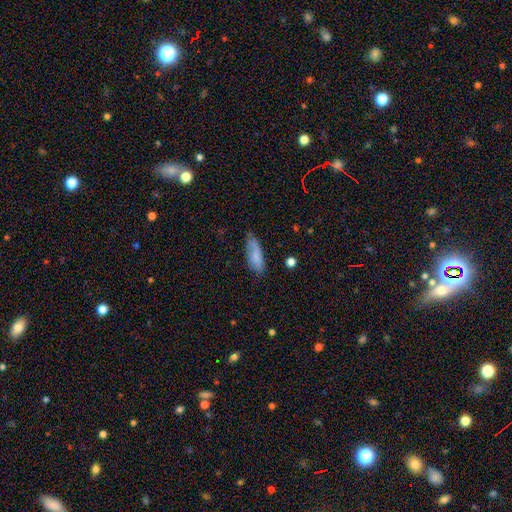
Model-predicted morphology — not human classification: Smooth or featured: smooth — 78% (featured or disk — 15%)
How rounded: in between — 67% (cigar-shaped — 31%)
Merging: none — 63% (minor disturbance — 28%)